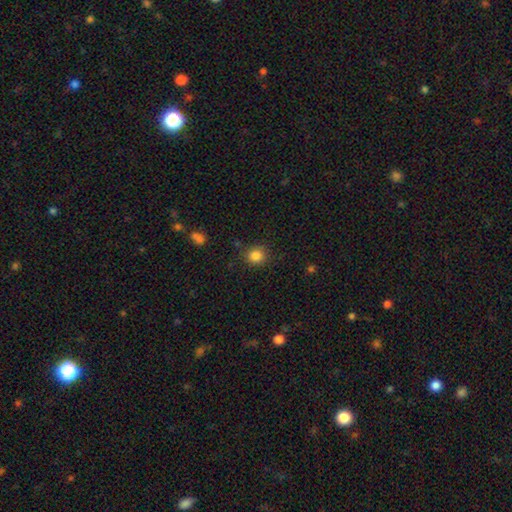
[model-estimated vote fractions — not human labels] This is clearly a smooth galaxy (84%). How rounded: clearly round (87%). Merging: clearly none (86%).